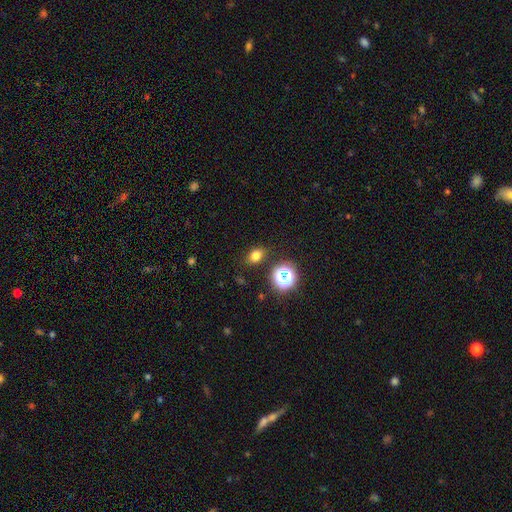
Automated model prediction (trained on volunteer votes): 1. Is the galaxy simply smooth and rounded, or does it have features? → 74% smooth, 19% star or artifact, 7% featured or disk.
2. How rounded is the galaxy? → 66% in between, 33% round, 2% cigar-shaped.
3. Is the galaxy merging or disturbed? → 84% none, 10% minor disturbance, 3% merger, 3% major disturbance.